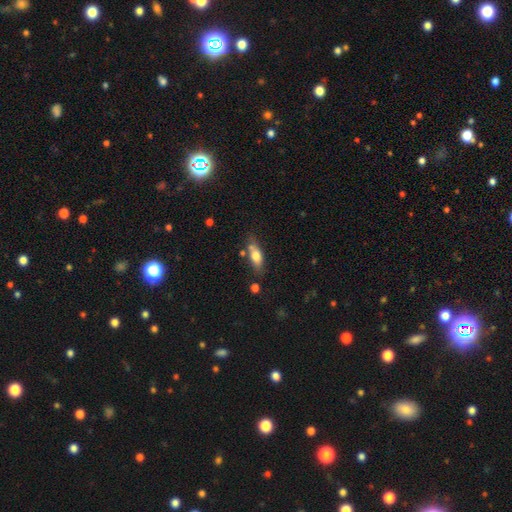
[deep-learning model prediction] Overall: smooth (68%). How rounded: in between (68%; cigar-shaped 28%). Merging: none (66%).